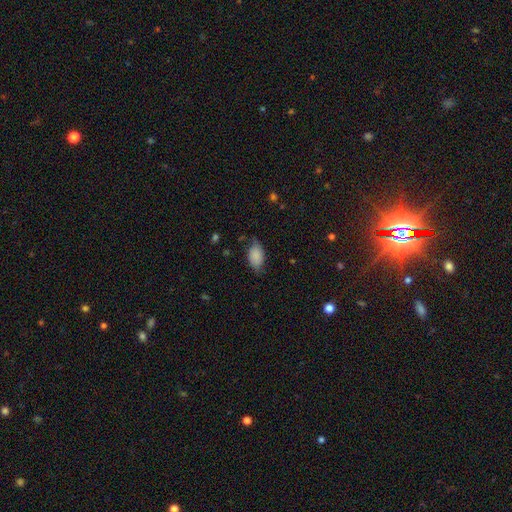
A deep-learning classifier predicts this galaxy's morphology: Smooth or featured? Predicted: smooth (p=0.84). How rounded? Predicted: in between (p=0.92). Merging? Predicted: none (p=0.62).